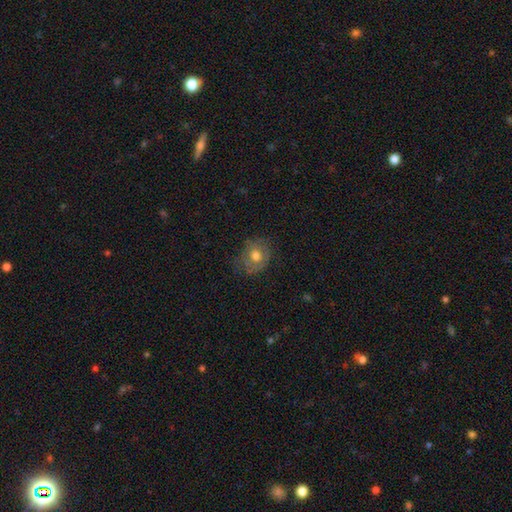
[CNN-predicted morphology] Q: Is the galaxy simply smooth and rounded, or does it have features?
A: smooth — 51%.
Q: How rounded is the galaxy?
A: round — 61%.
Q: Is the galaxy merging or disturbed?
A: none — 65%.